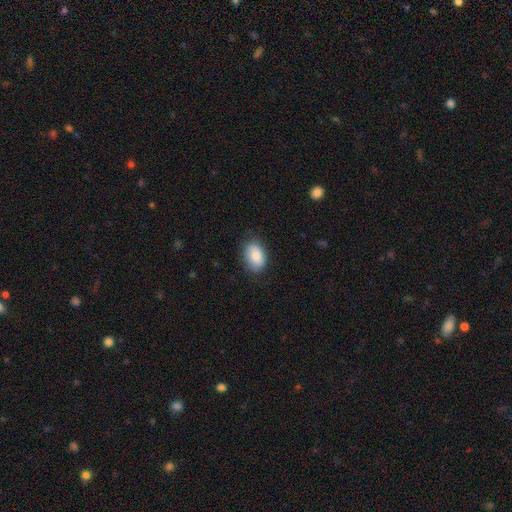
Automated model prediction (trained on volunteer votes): A smooth galaxy with no disk features (86%) that is in between round and cigar-shaped (88%).

Vote fractions:
- Smooth or featured? smooth: 86% / featured or disk: 8% / star or artifact: 7%
- How rounded? in between: 88% / round: 11% / cigar-shaped: 1%
- Merging? none: 80% / minor disturbance: 16% / major disturbance: 4% / merger: 1%